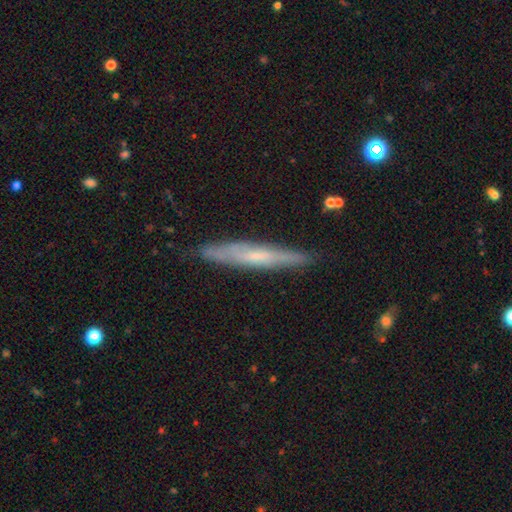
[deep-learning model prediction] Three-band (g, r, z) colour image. It shows a featured or disk galaxy (55%) viewed edge-on (86%). Merging: none (83%).